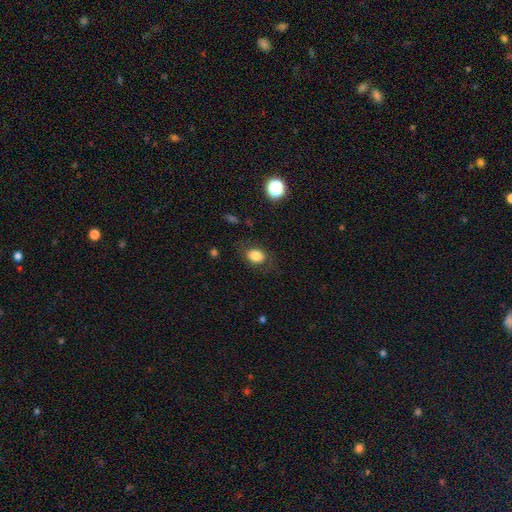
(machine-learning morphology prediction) Smooth or featured?
  - smooth: 80% *
  - star or artifact: 10%
  - featured or disk: 10%
How rounded?
  - in between: 64% *
  - round: 35%
  - cigar-shaped: 1%
Merging?
  - none: 76% *
  - minor disturbance: 15%
  - major disturbance: 8%
  - merger: 1%